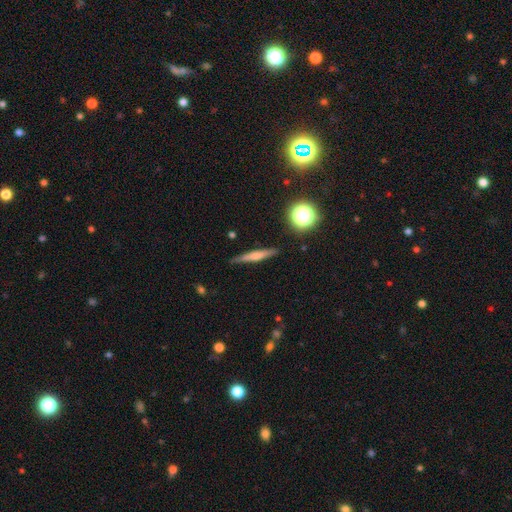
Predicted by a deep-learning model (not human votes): A featured or disk galaxy (48%). Merging: none (86%).